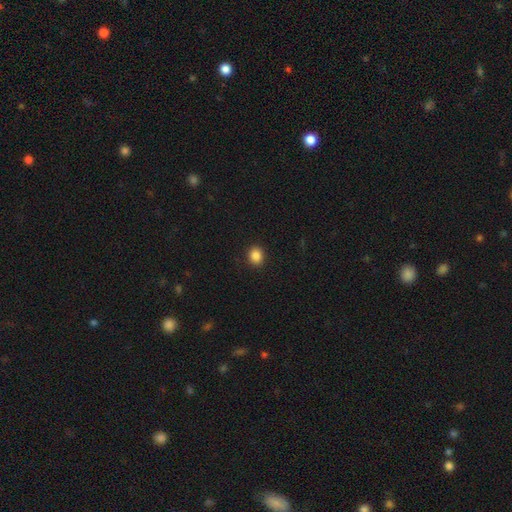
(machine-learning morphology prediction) A smooth galaxy with no disk features (86%) that is round (69%).

Vote fractions:
- Smooth or featured? smooth: 86% / star or artifact: 10% / featured or disk: 3%
- How rounded? round: 69% / in between: 30% / cigar-shaped: 1%
- Merging? none: 91% / minor disturbance: 6% / major disturbance: 2% / merger: 1%